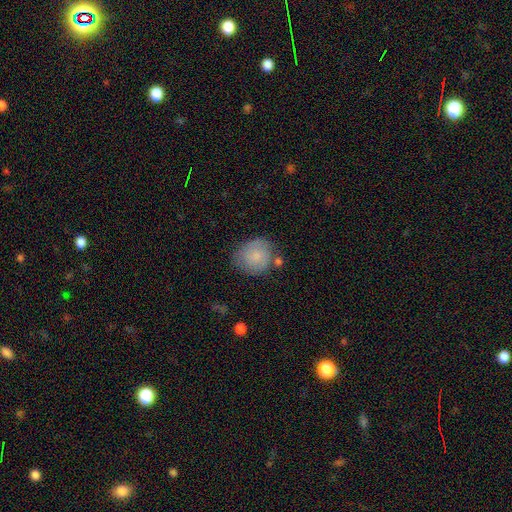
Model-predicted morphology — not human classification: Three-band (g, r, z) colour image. It shows a smooth galaxy with no disk features (78%) that is round (74%). Merging: none (65%).